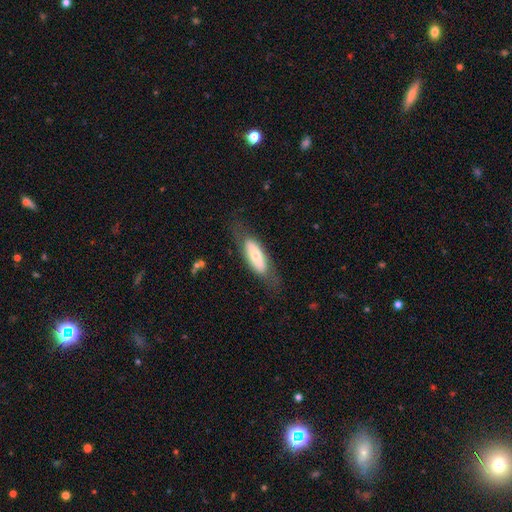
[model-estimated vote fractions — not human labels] This appears to be a smooth galaxy with no disk features (57%) that is in between round and cigar-shaped (67%). Merging: none (70%).